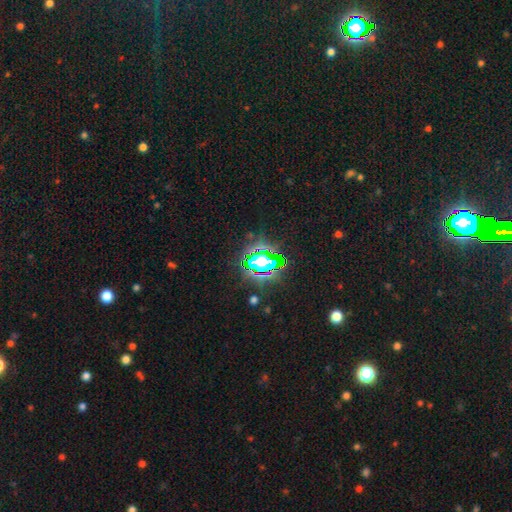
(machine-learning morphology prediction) smooth_or_featured: star or artifact (p=0.73) [alt: smooth p=0.16]